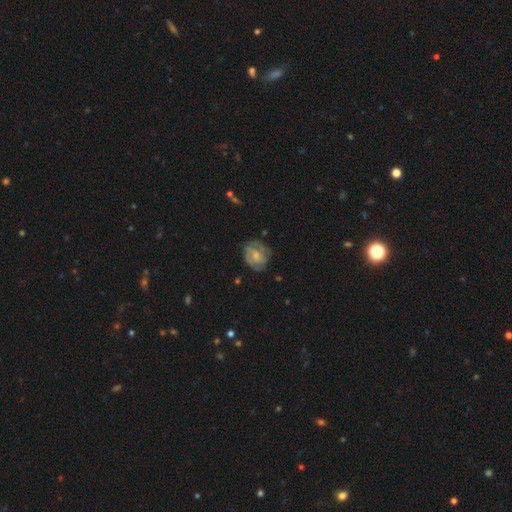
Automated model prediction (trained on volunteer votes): Smooth or featured? featured or disk (65%)
Edge-on disk? no (97%)
Bar? no (62%)
Spiral arms? yes (77%)
Bulge size? moderate (44%)
Merging? none (67%)